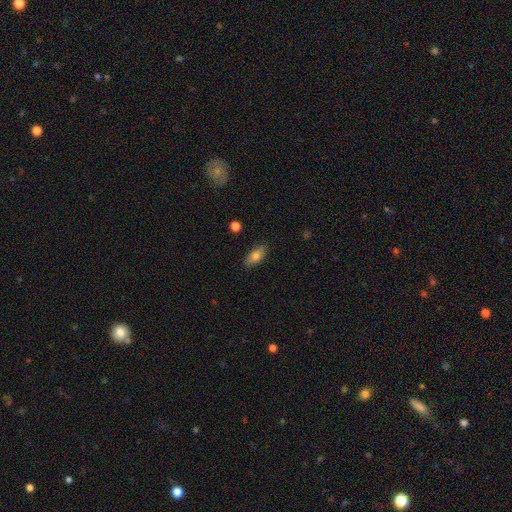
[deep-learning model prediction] Morphology: type=smooth (76%); roundness=in between (81%); merging=none (86%).